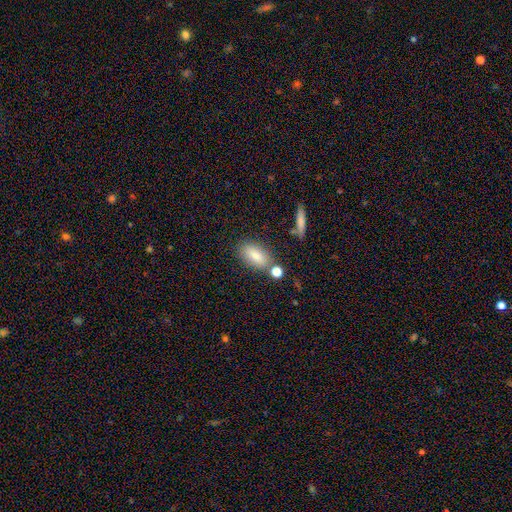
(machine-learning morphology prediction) A smooth galaxy with no disk features (79%) that is in between round and cigar-shaped (85%).

Vote fractions:
- Smooth or featured? smooth: 79% / featured or disk: 12% / star or artifact: 8%
- How rounded? in between: 85% / cigar-shaped: 10% / round: 5%
- Merging? none: 71% / minor disturbance: 13% / merger: 12% / major disturbance: 4%